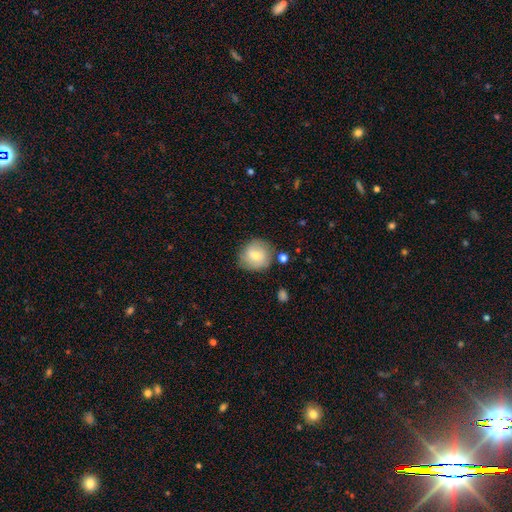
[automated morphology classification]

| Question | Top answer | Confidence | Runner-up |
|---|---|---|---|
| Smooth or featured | smooth | 72% | featured or disk (20%) |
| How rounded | round | 87% | in between (12%) |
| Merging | none | 77% | minor disturbance (15%) |